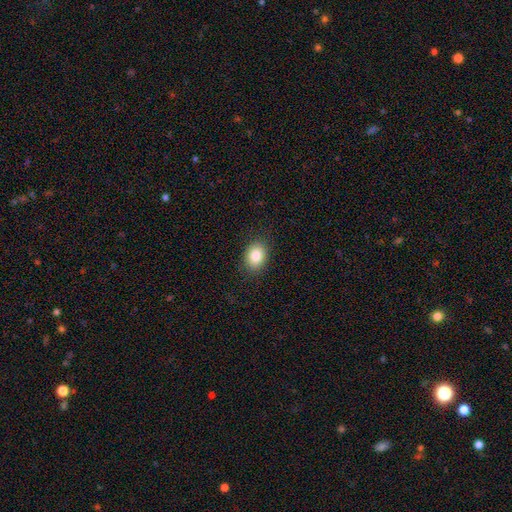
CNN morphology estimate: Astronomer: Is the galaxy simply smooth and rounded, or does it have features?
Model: smooth — 85%.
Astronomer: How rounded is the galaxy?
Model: in between — 70%.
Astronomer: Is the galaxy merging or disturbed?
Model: none — 87%.